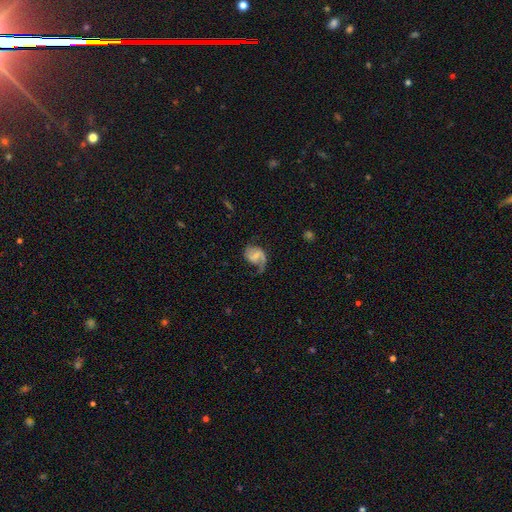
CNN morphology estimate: Smooth or featured? featured or disk (75%)
Edge-on disk? no (98%)
Bar? weak (50%)
Spiral arms? yes (93%)
Spiral winding? medium (44%)
Spiral arm count? 2 (57%)
Bulge size? small (49%)
Merging? none (45%)